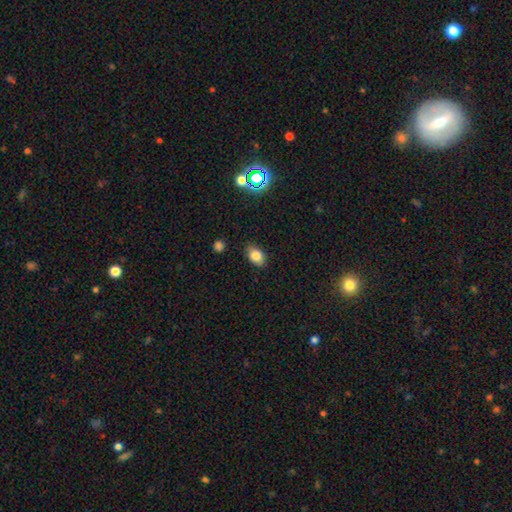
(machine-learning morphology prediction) type=smooth (81%); roundness=in between (84%); merging=none (84%).